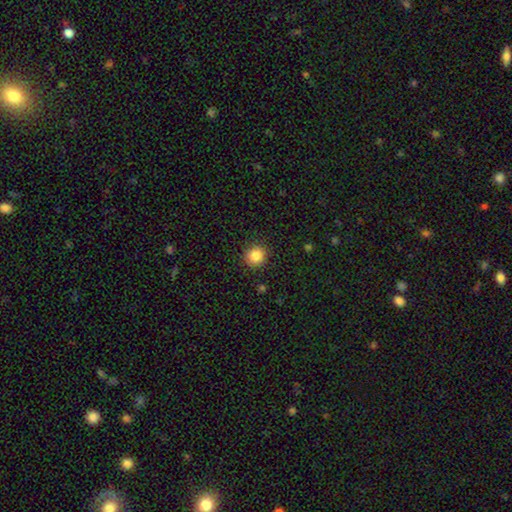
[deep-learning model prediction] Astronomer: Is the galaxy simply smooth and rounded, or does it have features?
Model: smooth — 86%.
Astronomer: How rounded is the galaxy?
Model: round — 90%.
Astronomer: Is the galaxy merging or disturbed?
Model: none — 89%.